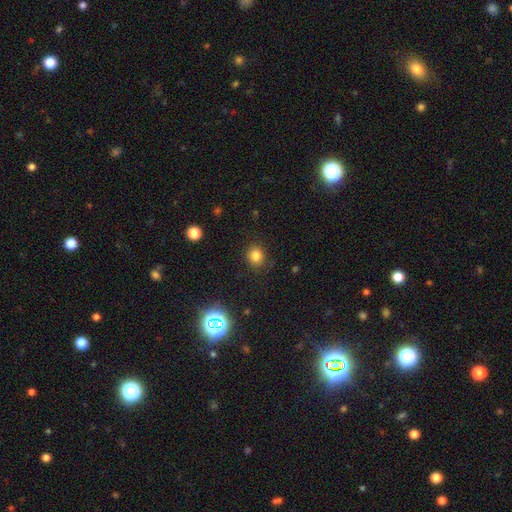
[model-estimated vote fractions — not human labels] Smooth or featured? smooth (81%)
How rounded? round (82%)
Merging? none (87%)